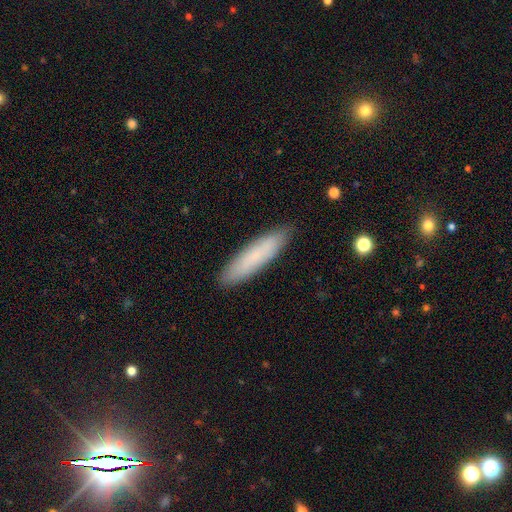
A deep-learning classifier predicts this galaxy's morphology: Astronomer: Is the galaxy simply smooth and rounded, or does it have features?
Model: smooth — 77%.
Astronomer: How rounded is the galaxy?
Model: cigar-shaped — 80%.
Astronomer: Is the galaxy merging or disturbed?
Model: none — 89%.